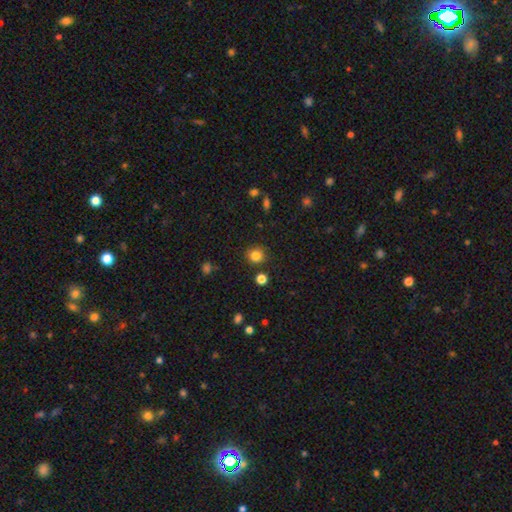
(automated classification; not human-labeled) Smooth or featured?
  - smooth: 83% *
  - star or artifact: 12%
  - featured or disk: 5%
How rounded?
  - round: 90% *
  - in between: 9%
  - cigar-shaped: 1%
Merging?
  - none: 88% *
  - minor disturbance: 7%
  - merger: 3%
  - major disturbance: 2%